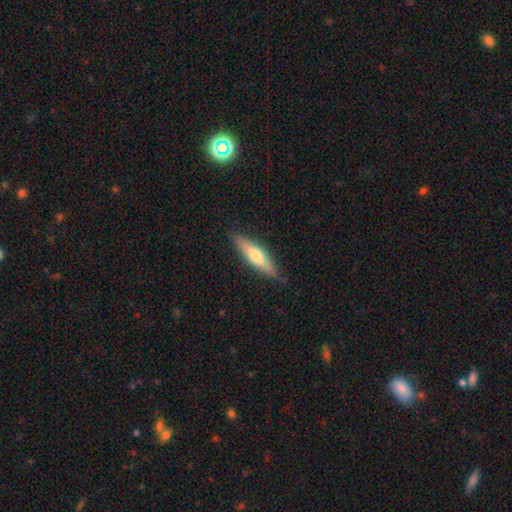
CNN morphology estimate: Smooth or featured? Predicted: smooth (p=0.53). How rounded? Predicted: cigar-shaped (p=0.62). Merging? Predicted: none (p=0.78).